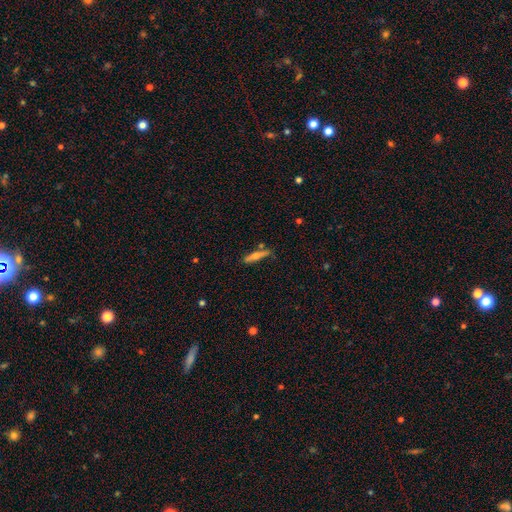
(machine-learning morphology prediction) type=featured or disk (51%); edge-on=yes (93%); merging=none (74%).